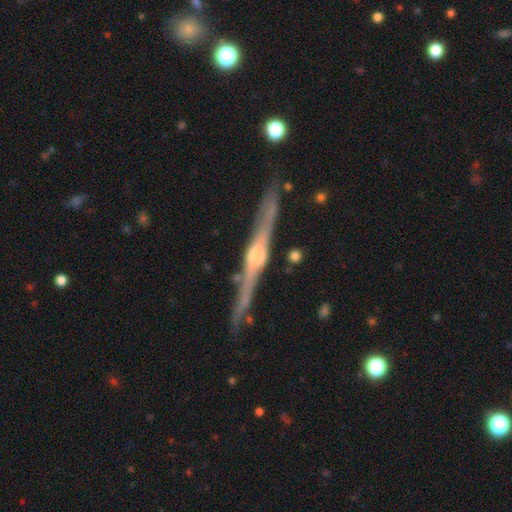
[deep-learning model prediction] smooth_or_featured: featured or disk (p=0.86) [alt: smooth p=0.09]
disk_edge_on: yes (p=0.98) [alt: no p=0.02]
edge_on_bulge: rounded (p=0.78) [alt: boxy p=0.16]
merging: none (p=0.85) [alt: minor disturbance p=0.10]